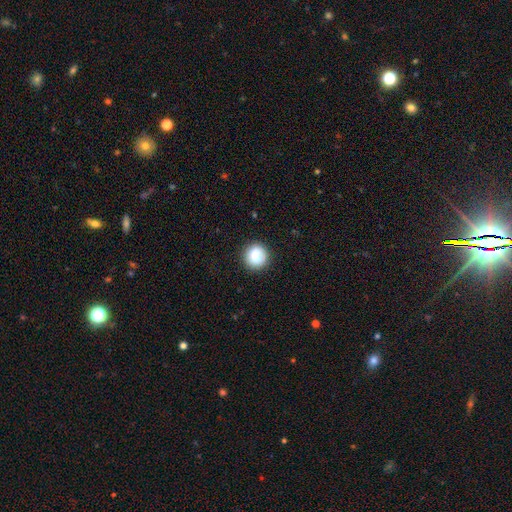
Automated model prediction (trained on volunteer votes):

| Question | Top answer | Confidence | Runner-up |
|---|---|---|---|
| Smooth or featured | smooth | 83% | star or artifact (9%) |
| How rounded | round | 89% | in between (10%) |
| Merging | none | 84% | minor disturbance (11%) |